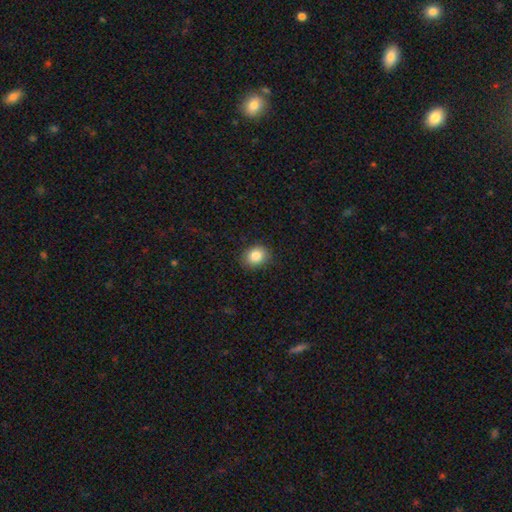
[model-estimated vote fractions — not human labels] Smooth or featured: smooth — 85% (star or artifact — 10%)
How rounded: round — 61% (in between — 38%)
Merging: none — 86% (minor disturbance — 10%)